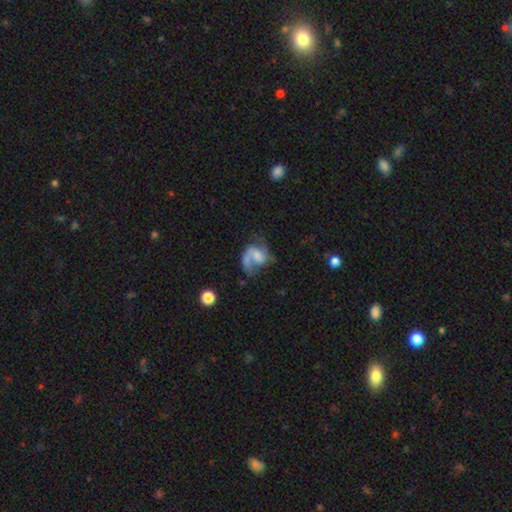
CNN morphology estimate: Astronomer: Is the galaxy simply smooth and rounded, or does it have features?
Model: featured or disk — 69%.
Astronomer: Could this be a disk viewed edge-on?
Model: no — 98%.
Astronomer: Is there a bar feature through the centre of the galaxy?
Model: no — 53% (runner-up: weak, 37%).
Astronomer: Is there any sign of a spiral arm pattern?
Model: yes — 87%.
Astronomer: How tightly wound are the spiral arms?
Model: loose — 44% (runner-up: medium, 42%).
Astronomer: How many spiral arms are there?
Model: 2 — 51% (runner-up: 1, 40%).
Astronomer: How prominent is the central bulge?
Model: small — 36% (runner-up: moderate, 29%).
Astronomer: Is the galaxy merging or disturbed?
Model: none — 39% (runner-up: major disturbance, 34%).